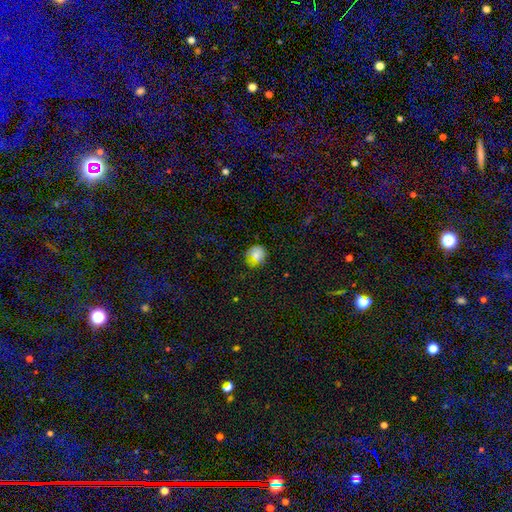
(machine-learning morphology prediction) smooth_or_featured: smooth (p=0.78) [alt: star or artifact p=0.14]
how_rounded: round (p=0.76) [alt: in between p=0.23]
merging: none (p=0.75) [alt: minor disturbance p=0.19]